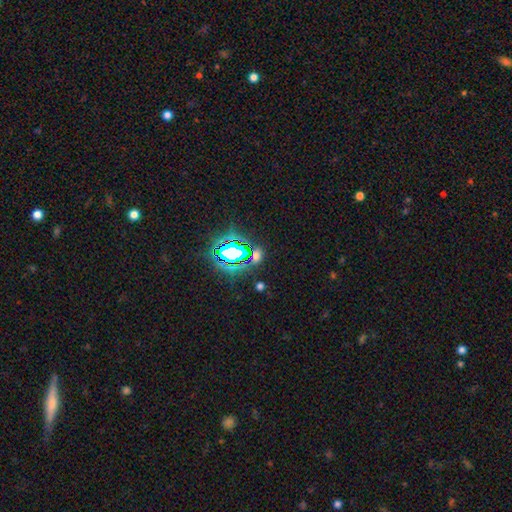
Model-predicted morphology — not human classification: Smooth or featured? Predicted: star or artifact (p=0.60).